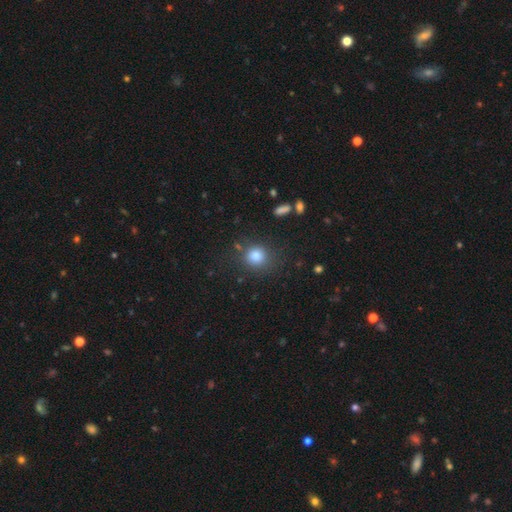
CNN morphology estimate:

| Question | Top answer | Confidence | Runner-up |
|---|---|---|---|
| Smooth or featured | smooth | 82% | star or artifact (12%) |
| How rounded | round | 83% | in between (15%) |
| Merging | none | 79% | minor disturbance (12%) |